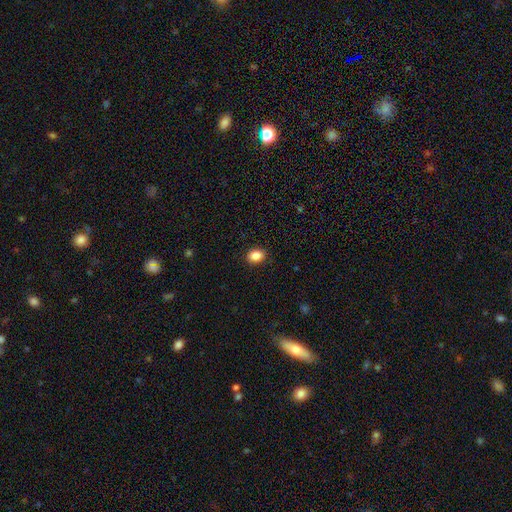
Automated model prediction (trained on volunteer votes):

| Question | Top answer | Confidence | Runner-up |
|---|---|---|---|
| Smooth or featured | smooth | 87% | star or artifact (9%) |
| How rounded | in between | 68% | round (31%) |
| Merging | none | 89% | minor disturbance (8%) |